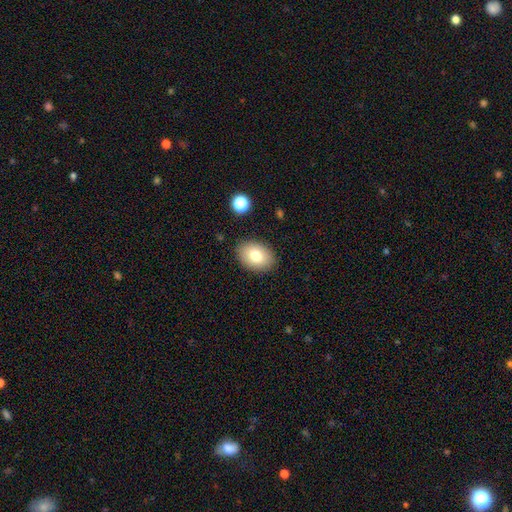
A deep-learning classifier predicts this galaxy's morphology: Q: Smooth or featured?
A: smooth (78%); runner-up: featured or disk (13%)
Q: How rounded?
A: in between (79%); runner-up: round (21%)
Q: Merging?
A: none (87%); runner-up: minor disturbance (9%)